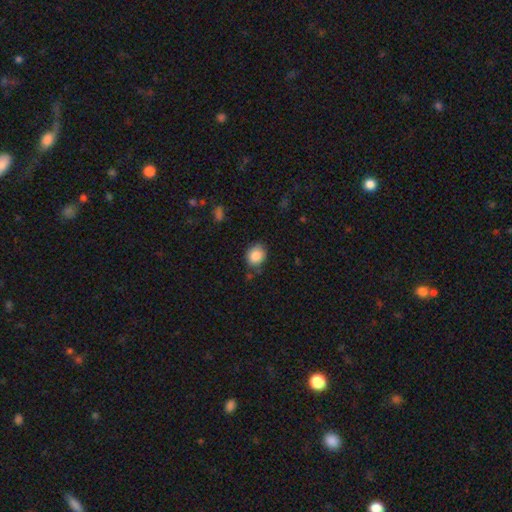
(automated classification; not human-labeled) A smooth galaxy with no disk features (86%) that is round (62%). Merging: none (76%).